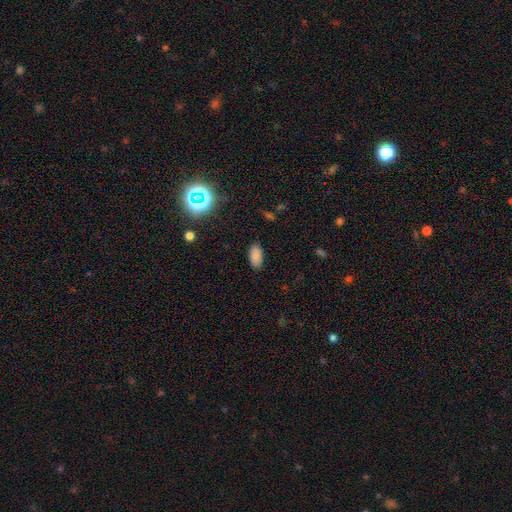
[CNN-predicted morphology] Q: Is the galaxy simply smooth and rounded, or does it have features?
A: smooth — 83%.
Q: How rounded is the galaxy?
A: in between — 94%.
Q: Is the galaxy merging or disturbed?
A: none — 87%.